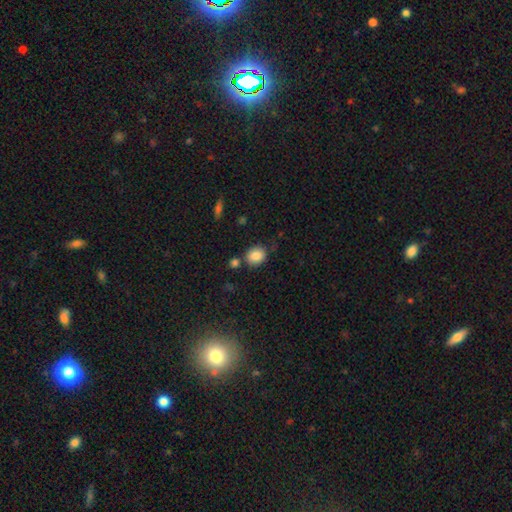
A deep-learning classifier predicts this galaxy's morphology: Q: Smooth or featured?
A: smooth (85%); runner-up: star or artifact (9%)
Q: How rounded?
A: round (59%); runner-up: in between (40%)
Q: Merging?
A: none (73%); runner-up: minor disturbance (14%)